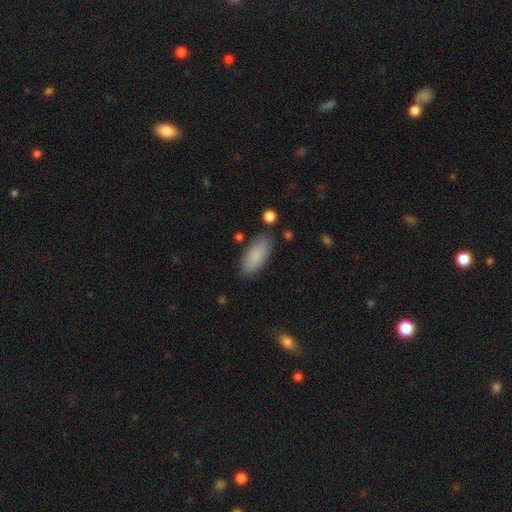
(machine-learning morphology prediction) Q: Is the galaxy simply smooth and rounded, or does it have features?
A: smooth — 85%.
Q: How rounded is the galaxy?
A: in between — 85%.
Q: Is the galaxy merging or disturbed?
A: none — 82%.